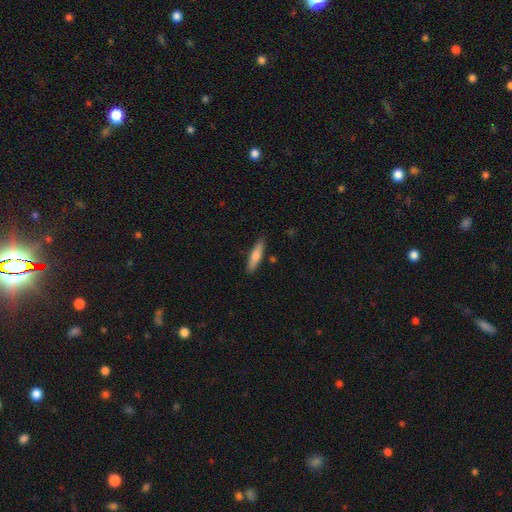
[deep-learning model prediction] This appears to be a smooth galaxy with no disk features (74%) that is cigar-shaped (78%). Merging: none (86%).